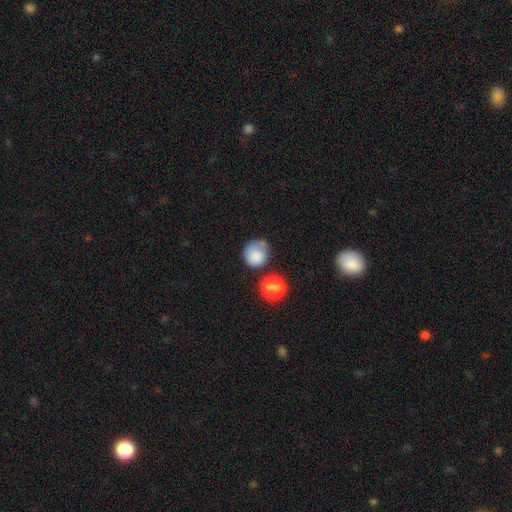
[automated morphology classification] smooth-or-featured: smooth: 82% | star or artifact: 9% | featured or disk: 9%
  how-rounded: round: 82% | in between: 17% | cigar-shaped: 1%
  merging: none: 50% | minor disturbance: 26% | merger: 12% | major disturbance: 11%